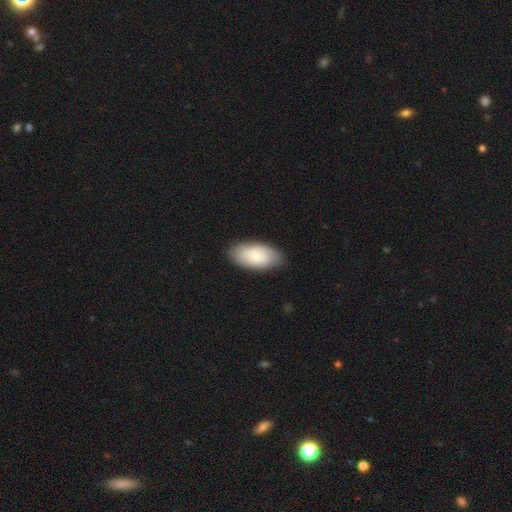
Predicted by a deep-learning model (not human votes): A smooth galaxy with no disk features (75%) that is in between round and cigar-shaped (94%). Merging: none (84%).